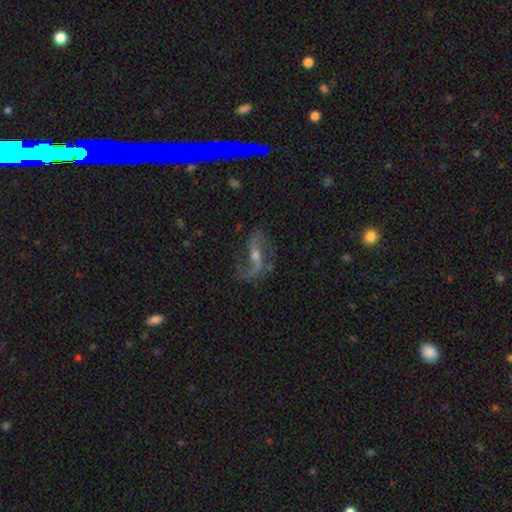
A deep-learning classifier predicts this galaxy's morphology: Smooth or featured: featured or disk — 85% (star or artifact — 8%)
Edge-on disk: no — 93% (yes — 7%)
Bar: weak — 38% (no — 32%)
Spiral arms: yes — 94% (no — 6%)
Spiral winding: loose — 78% (medium — 18%)
Spiral arm count: 2 — 89% (1 — 4%)
Bulge size: moderate — 47% (small — 45%)
Merging: none — 68% (minor disturbance — 16%)